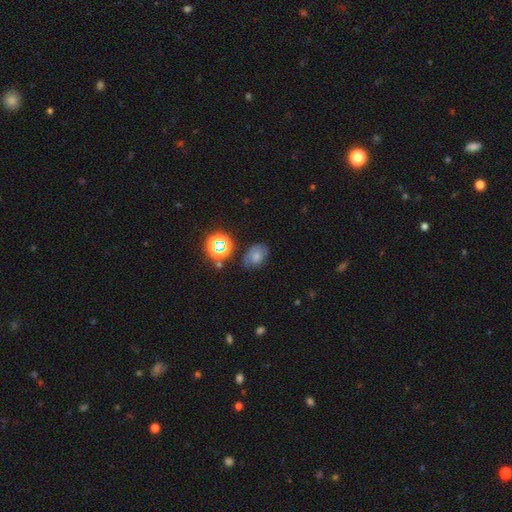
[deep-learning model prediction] Smooth or featured: smooth — 54% (featured or disk — 26%)
How rounded: in between — 70% (round — 29%)
Merging: none — 63% (minor disturbance — 24%)